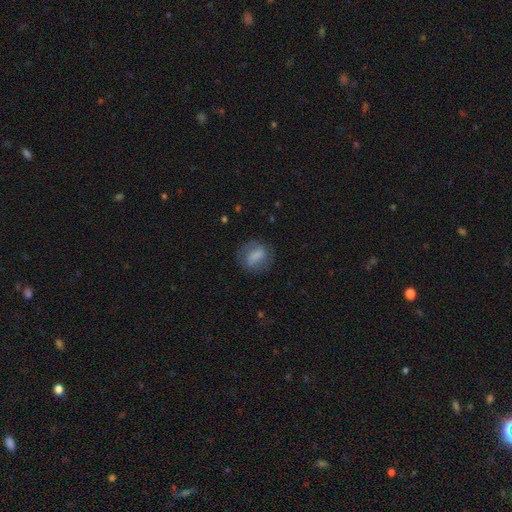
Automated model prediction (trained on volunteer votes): A smooth galaxy with no disk features (55%) that is round (49%).

Vote fractions:
- Smooth or featured? smooth: 55% / featured or disk: 37% / star or artifact: 9%
- How rounded? round: 49% / in between: 47% / cigar-shaped: 4%
- Merging? none: 69% / minor disturbance: 18% / major disturbance: 11% / merger: 2%